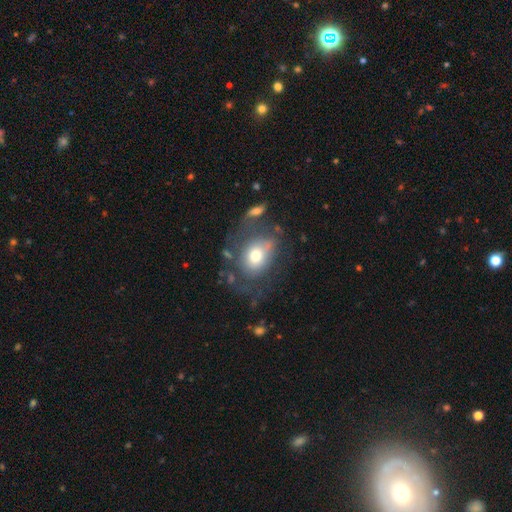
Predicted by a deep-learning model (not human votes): Smooth or featured?
  - smooth: 63% *
  - featured or disk: 28%
  - star or artifact: 9%
How rounded?
  - in between: 63% *
  - round: 36%
  - cigar-shaped: 1%
Merging?
  - none: 46% *
  - major disturbance: 22%
  - minor disturbance: 22%
  - merger: 10%